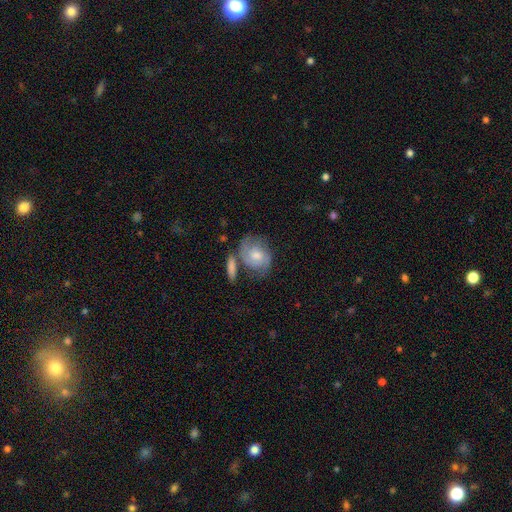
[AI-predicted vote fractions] Overall: featured or disk (61%; smooth 33%). Edge-on disk: no (96%). Bar: no (67%; weak 29%). Spiral arms: yes (86%). Spiral arm count: 2 (57%; can't tell 26%). Spiral winding: tight (44%; medium 41%). Bulge size: moderate (55%; small 28%). Merging: none (52%; minor disturbance 21%).